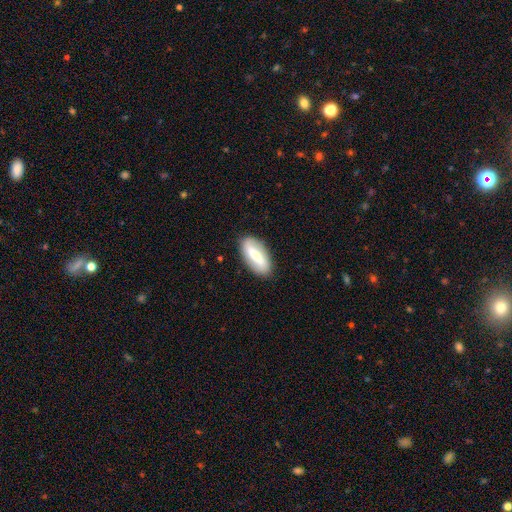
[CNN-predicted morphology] type=smooth (51%); roundness=in between (81%); merging=none (87%).